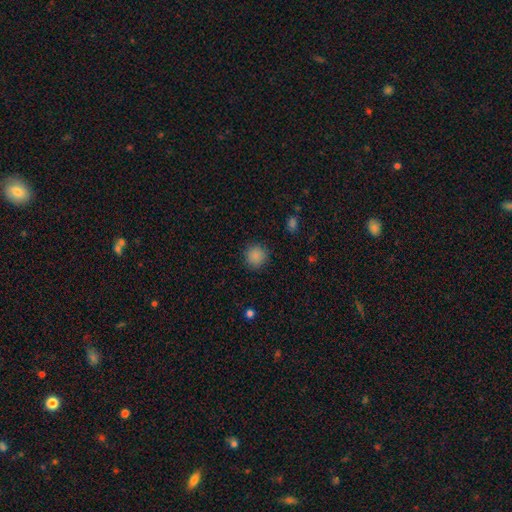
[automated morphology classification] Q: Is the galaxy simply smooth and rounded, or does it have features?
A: smooth — 87%.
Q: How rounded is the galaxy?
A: round — 93%.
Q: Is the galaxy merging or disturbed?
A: none — 90%.